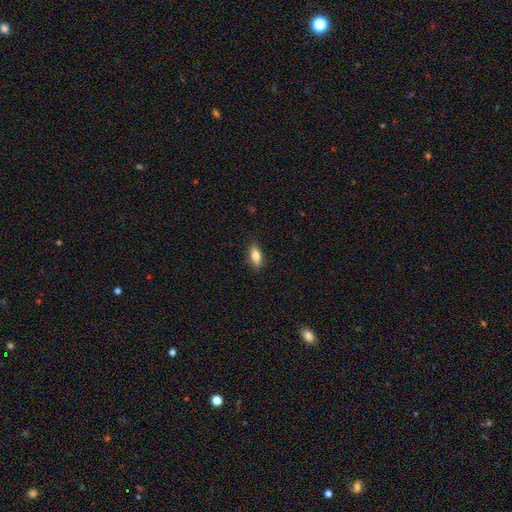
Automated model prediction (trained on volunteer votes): Smooth or featured?
  - smooth: 77% *
  - featured or disk: 16%
  - star or artifact: 7%
How rounded?
  - in between: 80% *
  - cigar-shaped: 16%
  - round: 3%
Merging?
  - none: 86% *
  - minor disturbance: 11%
  - major disturbance: 2%
  - merger: 1%